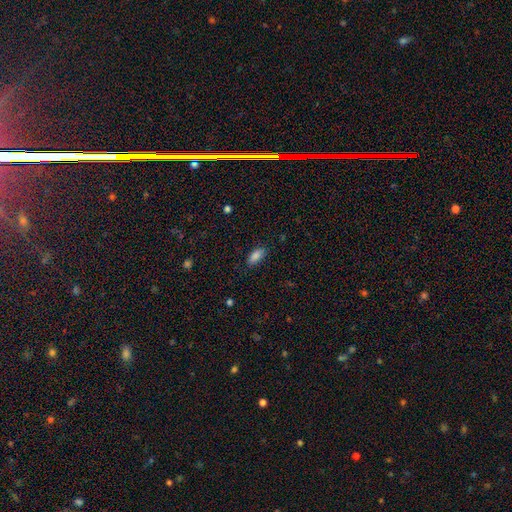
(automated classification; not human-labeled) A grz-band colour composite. It shows a smooth galaxy with no disk features (86%) that is in between round and cigar-shaped (84%). Merging: none (85%).